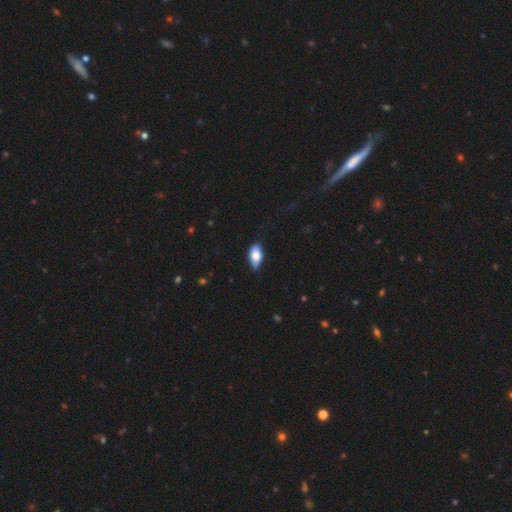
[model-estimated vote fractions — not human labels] Smooth or featured? smooth (77%)
How rounded? in between (91%)
Merging? none (79%)